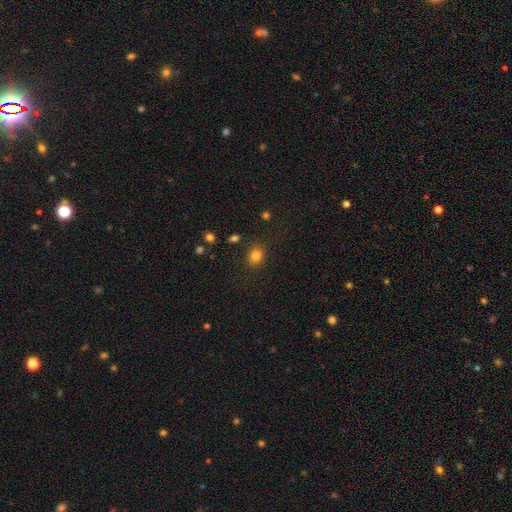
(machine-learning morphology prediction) A smooth galaxy with no disk features (83%) that is round (50%). Merging: none (83%).